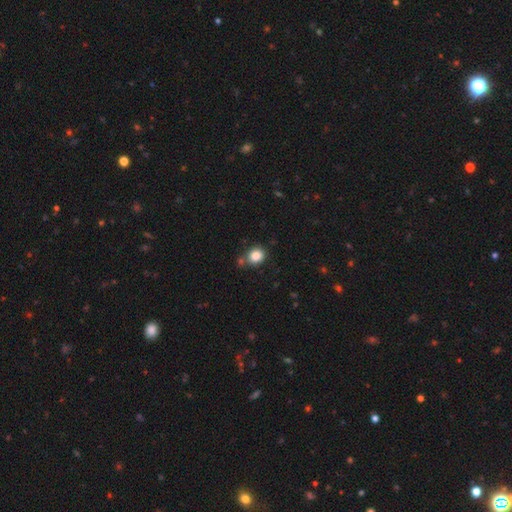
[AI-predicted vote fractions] Q: Smooth or featured?
A: smooth (84%); runner-up: star or artifact (10%)
Q: How rounded?
A: round (69%); runner-up: in between (30%)
Q: Merging?
A: none (73%); runner-up: minor disturbance (13%)